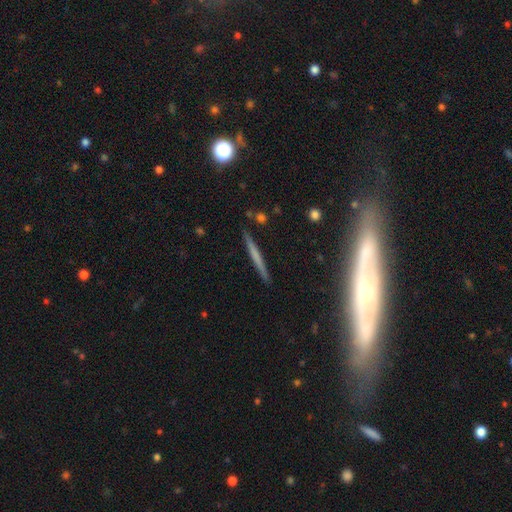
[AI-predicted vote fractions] Smooth or featured? smooth (47%)
Merging? none (90%)